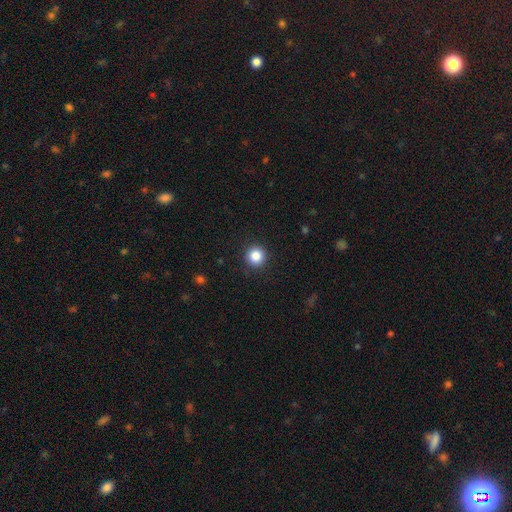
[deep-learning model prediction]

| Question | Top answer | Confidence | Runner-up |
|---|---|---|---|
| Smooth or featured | smooth | 86% | star or artifact (10%) |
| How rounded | round | 95% | in between (4%) |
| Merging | none | 92% | minor disturbance (5%) |